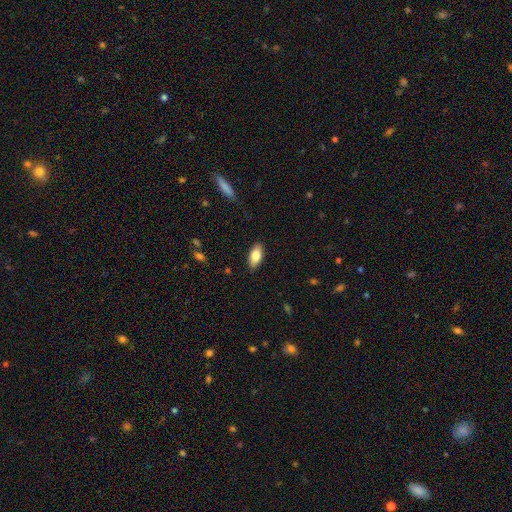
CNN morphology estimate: A smooth galaxy with no disk features (81%) that is in between round and cigar-shaped (89%).

Vote fractions:
- Smooth or featured? smooth: 81% / featured or disk: 12% / star or artifact: 7%
- How rounded? in between: 89% / cigar-shaped: 8% / round: 3%
- Merging? none: 88% / minor disturbance: 9% / major disturbance: 2% / merger: 1%